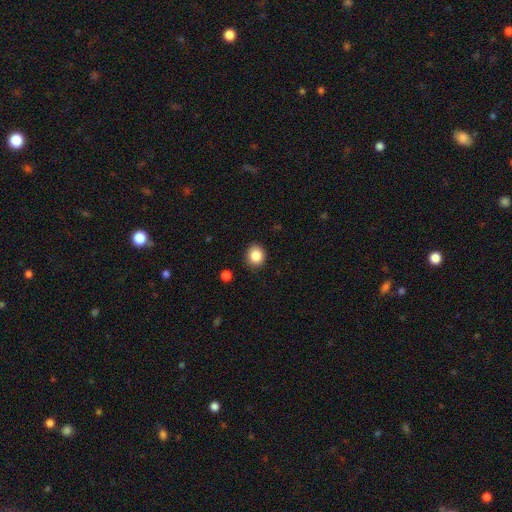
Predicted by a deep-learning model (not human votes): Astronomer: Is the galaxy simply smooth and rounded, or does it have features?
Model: smooth — 87%.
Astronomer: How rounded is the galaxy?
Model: round — 75%.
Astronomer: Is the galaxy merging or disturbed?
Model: none — 89%.